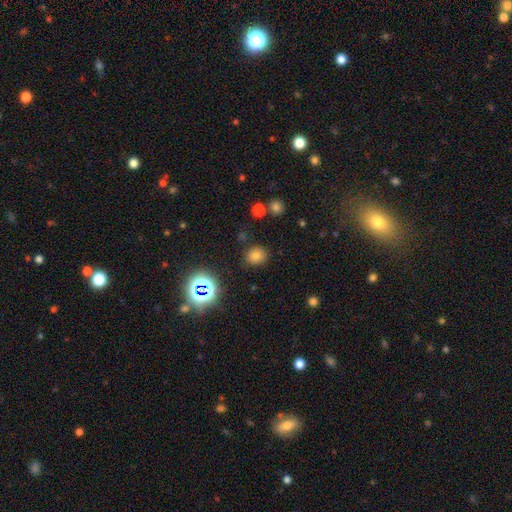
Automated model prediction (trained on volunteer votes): Smooth or featured?
  - smooth: 73% *
  - star or artifact: 20%
  - featured or disk: 7%
How rounded?
  - round: 77% *
  - in between: 22%
  - cigar-shaped: 1%
Merging?
  - none: 83% *
  - minor disturbance: 10%
  - major disturbance: 3%
  - merger: 3%